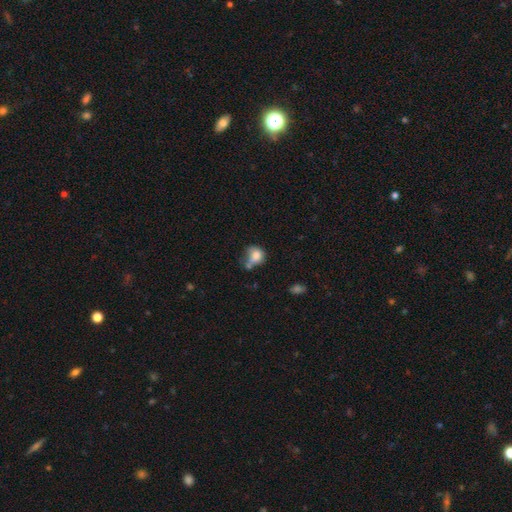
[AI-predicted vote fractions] Morphology: type=smooth (75%); roundness=round (62%); merging=none (34%).